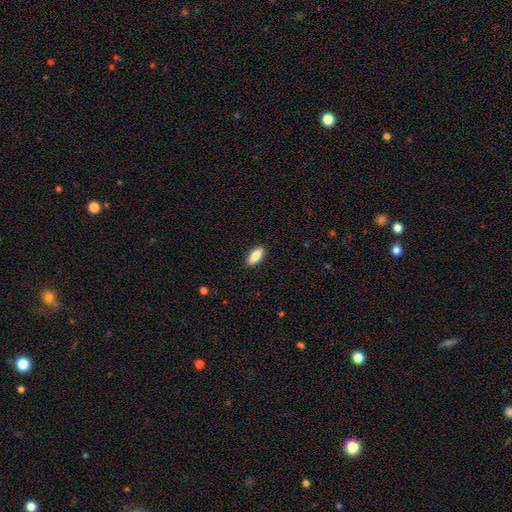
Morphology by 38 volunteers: A smooth galaxy with no disk features (74%) that is in between round and cigar-shaped (71%).

Vote fractions:
- Smooth or featured? smooth: 74% / featured or disk: 24% / star or artifact: 3%
- How rounded? in between: 71% / cigar-shaped: 29% / round: 0%
- Merging? none: 97% / minor disturbance: 3% / major disturbance: 0% / merger: 0%